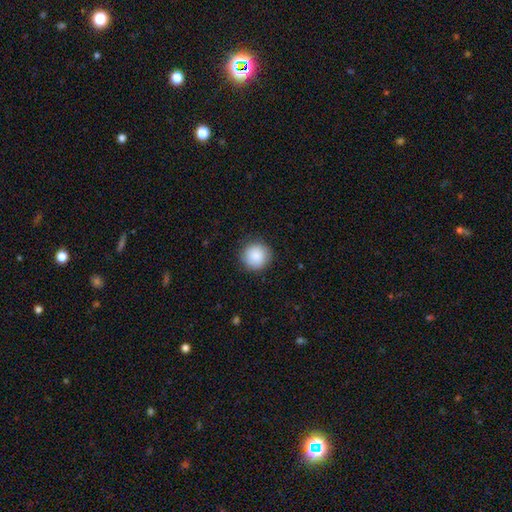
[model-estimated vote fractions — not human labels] Smooth or featured: smooth — 87% (star or artifact — 7%)
How rounded: round — 94% (in between — 5%)
Merging: none — 89% (minor disturbance — 8%)